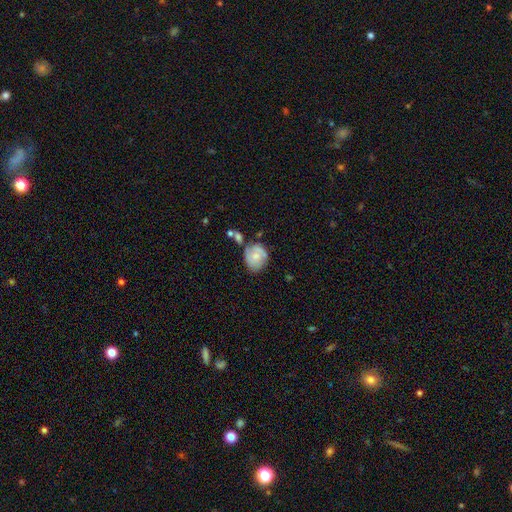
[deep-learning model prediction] A featured or disk galaxy (53%) with no bar (74%), spiral arms (83%) and a small central bulge (51%). Merging: none (50%).